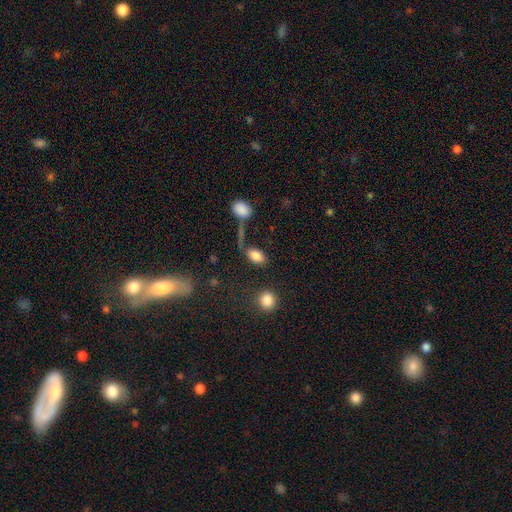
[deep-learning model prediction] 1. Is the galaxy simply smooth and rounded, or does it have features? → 83% smooth, 9% star or artifact, 8% featured or disk.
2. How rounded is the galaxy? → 89% in between, 9% round, 2% cigar-shaped.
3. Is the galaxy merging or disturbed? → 56% none, 16% minor disturbance, 16% merger, 12% major disturbance.